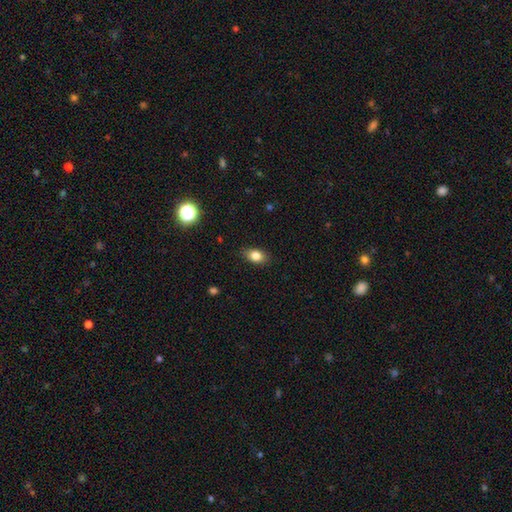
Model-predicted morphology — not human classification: Q: Smooth or featured?
A: smooth (82%); runner-up: star or artifact (10%)
Q: How rounded?
A: in between (81%); runner-up: round (17%)
Q: Merging?
A: none (85%); runner-up: minor disturbance (12%)